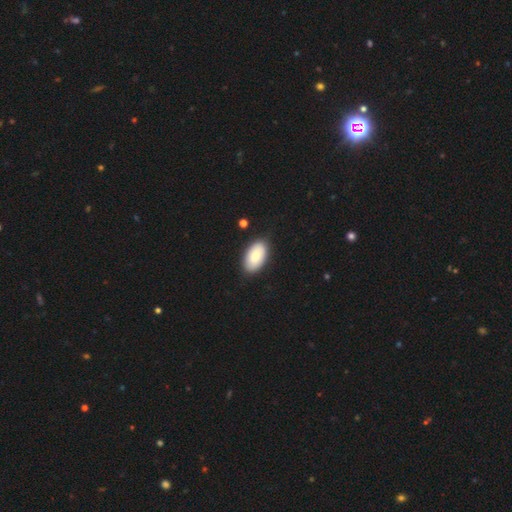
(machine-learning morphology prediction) smooth 85%, featured or disk 9%, star or artifact 5%. Down the decision tree: how rounded — in between (96%); merging — none (86%).